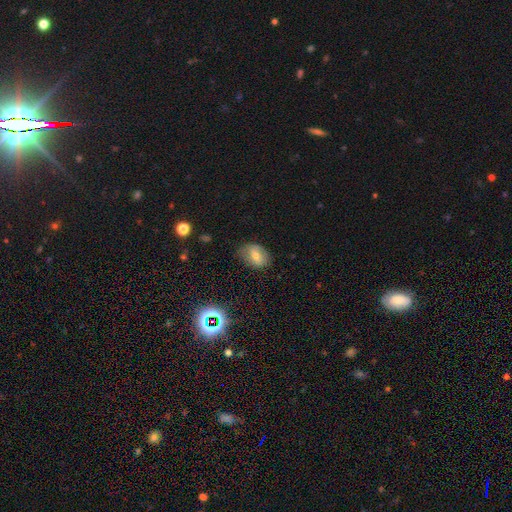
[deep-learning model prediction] smooth_or_featured: smooth (p=0.56) [alt: featured or disk p=0.31]
how_rounded: in between (p=0.76) [alt: round p=0.22]
merging: none (p=0.75) [alt: minor disturbance p=0.18]